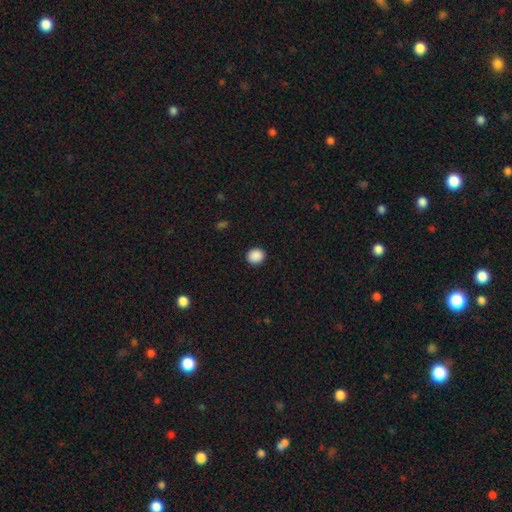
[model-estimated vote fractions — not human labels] smooth-or-featured: smooth: 89% | star or artifact: 9% | featured or disk: 2%
  how-rounded: round: 79% | in between: 20% | cigar-shaped: 1%
  merging: none: 91% | minor disturbance: 6% | major disturbance: 2% | merger: 1%